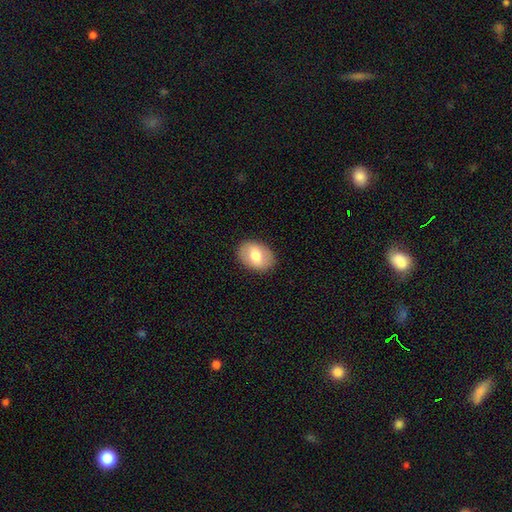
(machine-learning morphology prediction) A smooth galaxy with no disk features (68%) that is in between round and cigar-shaped (80%). Merging: none (87%).